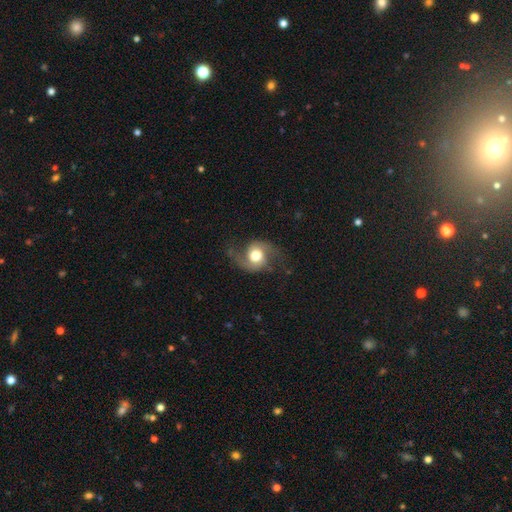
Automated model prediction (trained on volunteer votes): Smooth or featured?
  - featured or disk: 76% *
  - smooth: 17%
  - star or artifact: 7%
Edge-on disk?
  - no: 97% *
  - yes: 3%
Bar?
  - no: 67% *
  - weak: 27%
  - strong: 7%
Spiral arms?
  - yes: 94% *
  - no: 6%
Spiral winding?
  - loose: 59% *
  - medium: 34%
  - tight: 7%
Spiral arm count?
  - 2: 92% *
  - 1: 3%
  - can't tell: 2%
  - 3: 1%
  - 4: 1%
  - more than 4: 1%
Bulge size?
  - moderate: 43% * (tied)
  - large: 43% * (tied)
  - dominant: 9%
  - small: 3%
  - none: 1%
Merging?
  - none: 66% *
  - minor disturbance: 19%
  - major disturbance: 14%
  - merger: 1%